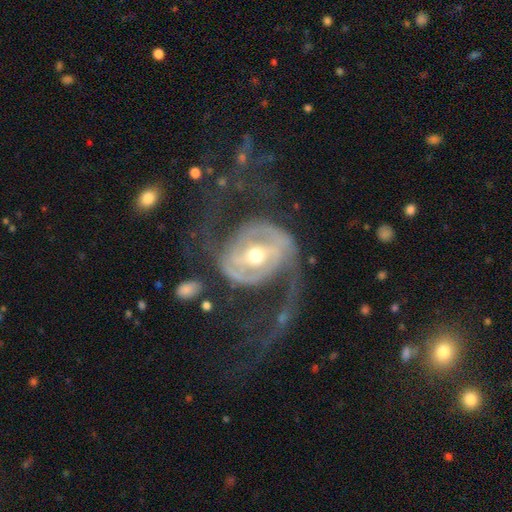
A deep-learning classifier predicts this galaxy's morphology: smooth-or-featured: featured or disk: 90% | smooth: 6% | star or artifact: 4%
  disk-edge-on: no: 97% | yes: 3%
    bar: strong: 47% | weak: 35% | no: 18%
    has-spiral-arms: yes: 94% | no: 6%
      spiral-winding: loose: 45% | medium: 40% | tight: 15%
      spiral-arm-count: 2: 87% | 1: 5% | can't tell: 4% | 3: 2% | 4: 1% | more than 4: 1%
    bulge-size: moderate: 65% | small: 28% | large: 5% | dominant: 1% | none: 1%
  merging: none: 50% | major disturbance: 33% | minor disturbance: 13% | merger: 4%